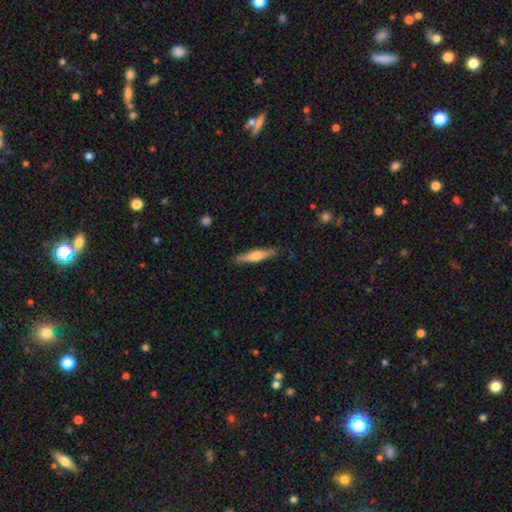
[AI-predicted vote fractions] A featured or disk galaxy (48%). Merging: none (88%).